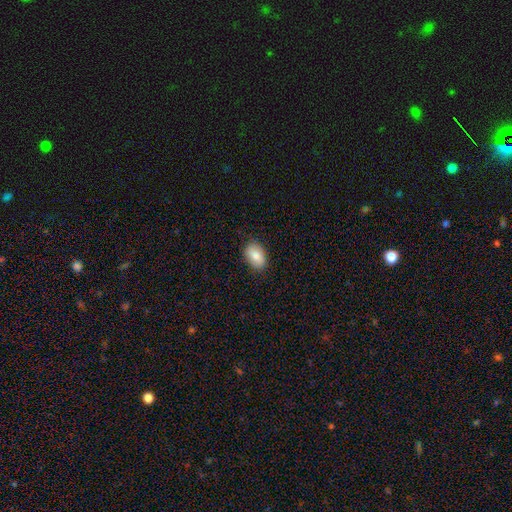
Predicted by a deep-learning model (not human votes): Morphology: type=smooth (83%); roundness=in between (88%); merging=none (85%).